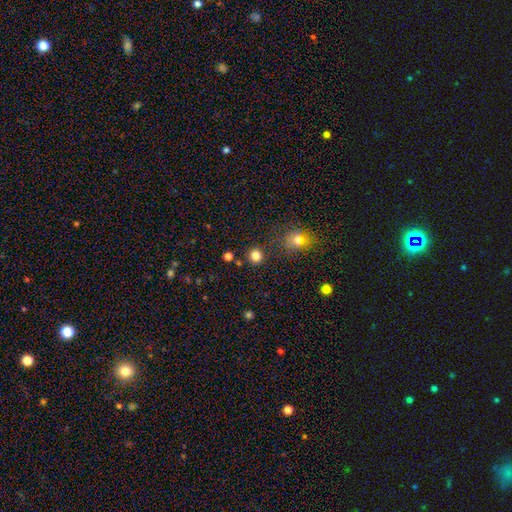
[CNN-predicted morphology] type=smooth (83%); roundness=round (92%); merging=none (87%).